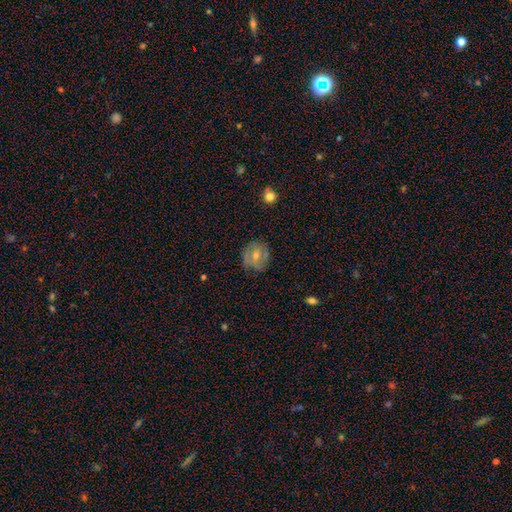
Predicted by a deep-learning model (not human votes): This appears to be a smooth galaxy with no disk features (50%) that is round (82%). Merging: none (73%).